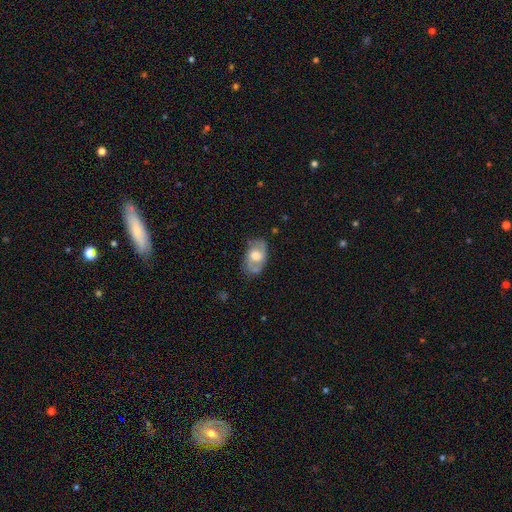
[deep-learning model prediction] Smooth or featured? Predicted: featured or disk (p=0.62). Edge-on disk? Predicted: no (p=0.94). Bar? Predicted: no (p=0.60). Spiral arms? Predicted: yes (p=0.79). Bulge size? Predicted: moderate (p=0.52). Merging? Predicted: none (p=0.69).